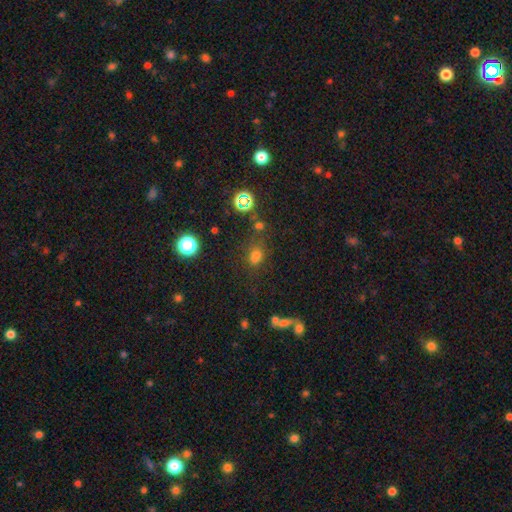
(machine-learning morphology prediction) Smooth or featured?
  - smooth: 59% *
  - star or artifact: 31%
  - featured or disk: 9%
How rounded?
  - round: 51% *
  - in between: 46%
  - cigar-shaped: 2%
Merging?
  - none: 58% *
  - merger: 19%
  - minor disturbance: 15%
  - major disturbance: 8%